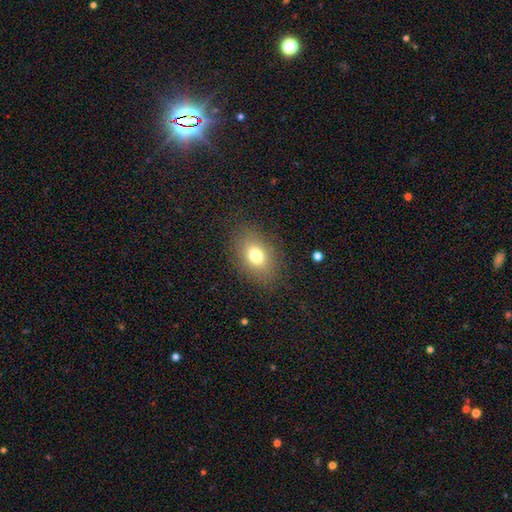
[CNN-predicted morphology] smooth-or-featured: smooth: 75% | featured or disk: 13% | star or artifact: 11%
  how-rounded: in between: 79% | round: 20% | cigar-shaped: 1%
  merging: none: 84% | minor disturbance: 11% | major disturbance: 5% | merger: 1%